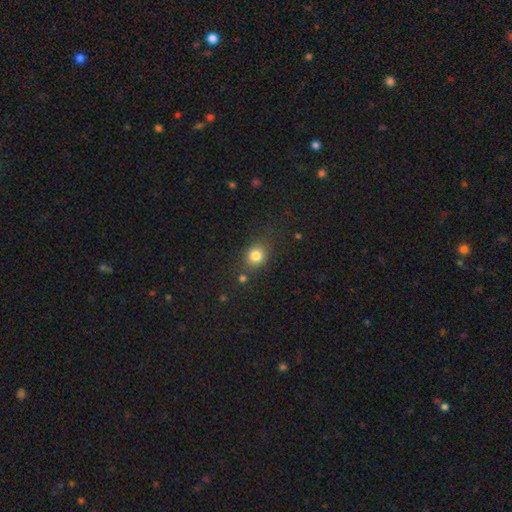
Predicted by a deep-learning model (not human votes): Smooth or featured? smooth (81%)
How rounded? round (69%)
Merging? none (73%)